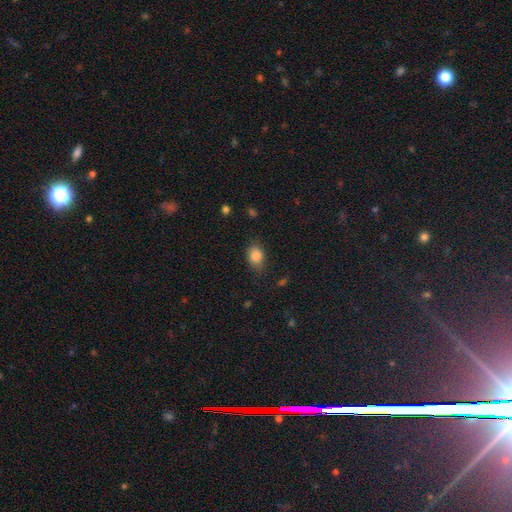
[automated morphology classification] Smooth or featured?
  - smooth: 85% *
  - star or artifact: 9%
  - featured or disk: 6%
How rounded?
  - in between: 68% *
  - round: 30%
  - cigar-shaped: 1%
Merging?
  - none: 74% *
  - minor disturbance: 20%
  - major disturbance: 5%
  - merger: 1%